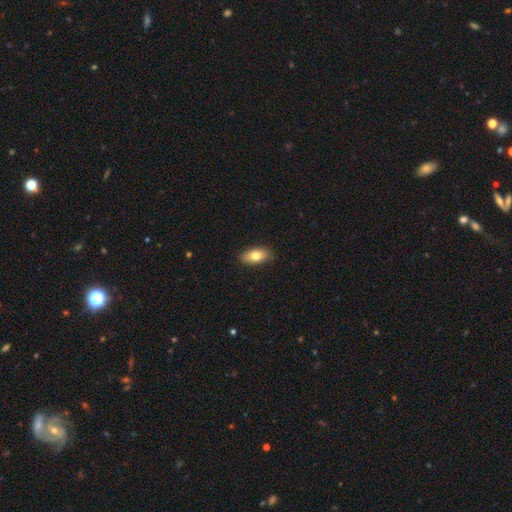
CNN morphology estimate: Smooth or featured?
  - smooth: 78% *
  - featured or disk: 15%
  - star or artifact: 7%
How rounded?
  - in between: 90% *
  - cigar-shaped: 6%
  - round: 4%
Merging?
  - none: 88% *
  - minor disturbance: 9%
  - major disturbance: 2%
  - merger: 1%